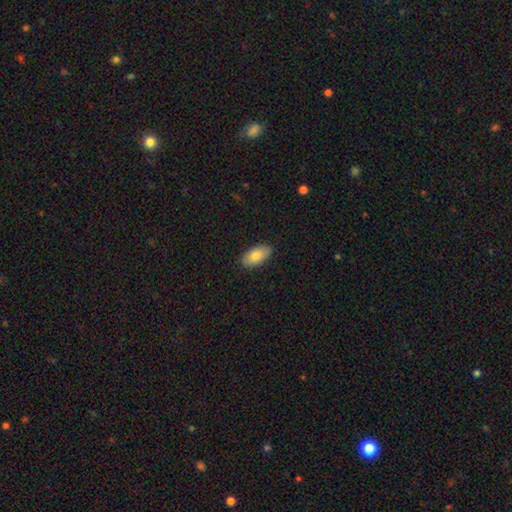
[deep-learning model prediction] This appears to be a smooth galaxy with no disk features (81%) that is in between round and cigar-shaped (94%). Merging: none (89%).